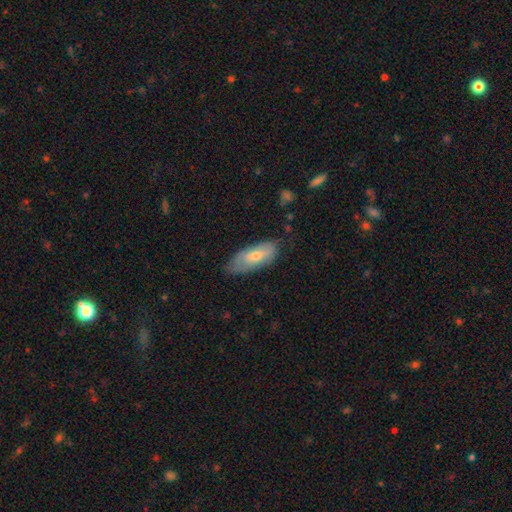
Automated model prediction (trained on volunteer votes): The model was most divided on "smooth or featured": smooth: 62%, featured or disk: 32%, star or artifact: 6%. More confident: how rounded — in between (79%); merging — none (64%).